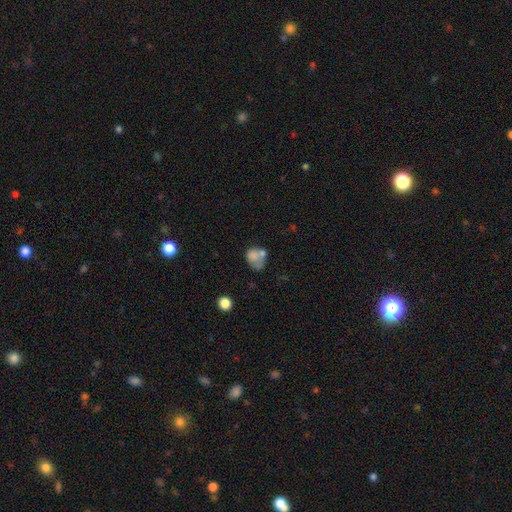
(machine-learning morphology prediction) smooth 68%, featured or disk 21%, star or artifact 11%. Down the decision tree: how rounded — in between (50%); merging — merger (38%).